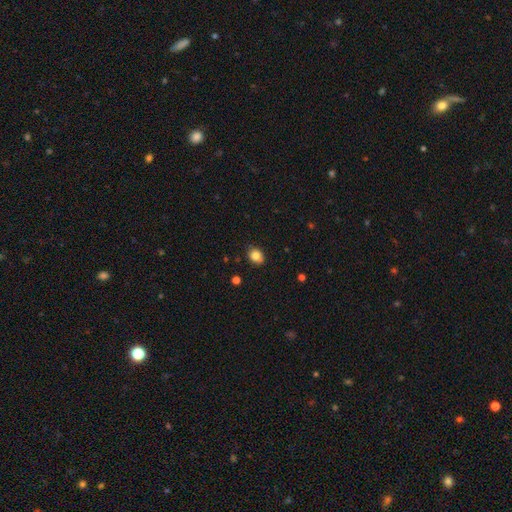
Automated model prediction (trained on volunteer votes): Smooth or featured: smooth — 84% (star or artifact — 10%)
How rounded: round — 54% (in between — 45%)
Merging: none — 81% (minor disturbance — 15%)